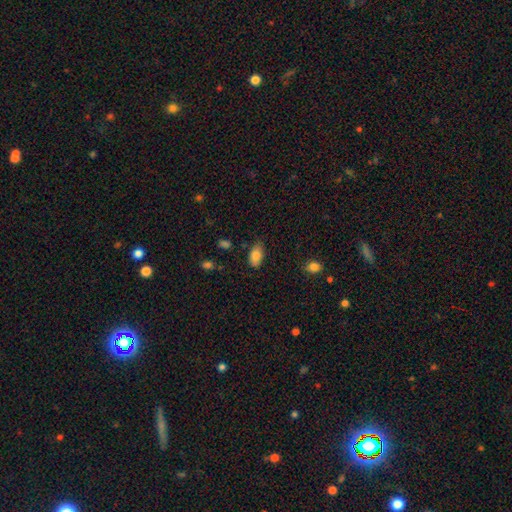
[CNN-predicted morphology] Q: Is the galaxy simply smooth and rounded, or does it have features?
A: smooth — 84%.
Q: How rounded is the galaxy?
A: in between — 93%.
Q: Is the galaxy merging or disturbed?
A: none — 75%.